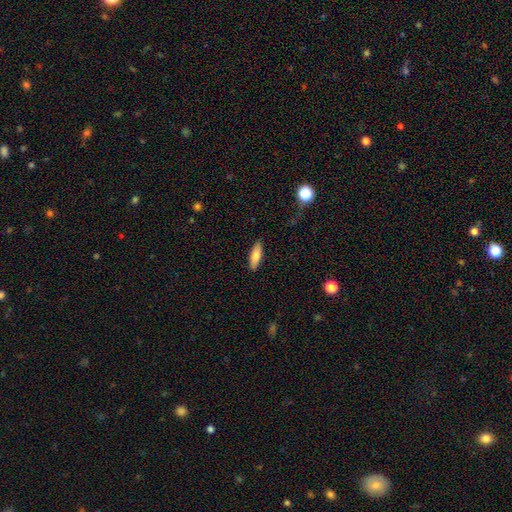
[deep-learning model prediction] Morphology: type=smooth (80%); roundness=in between (54%); merging=none (88%).